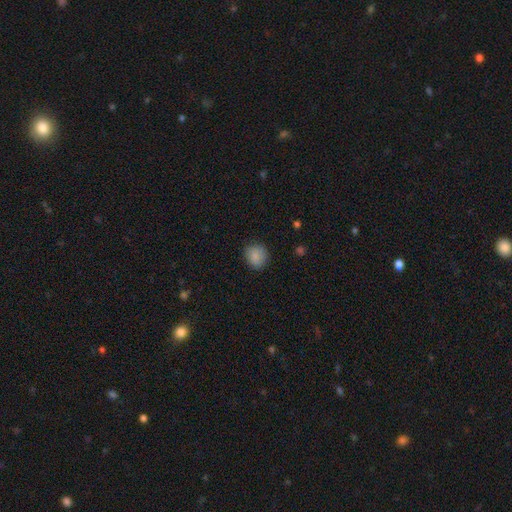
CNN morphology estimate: Smooth or featured? Predicted: smooth (p=0.86). How rounded? Predicted: round (p=0.77). Merging? Predicted: none (p=0.82).